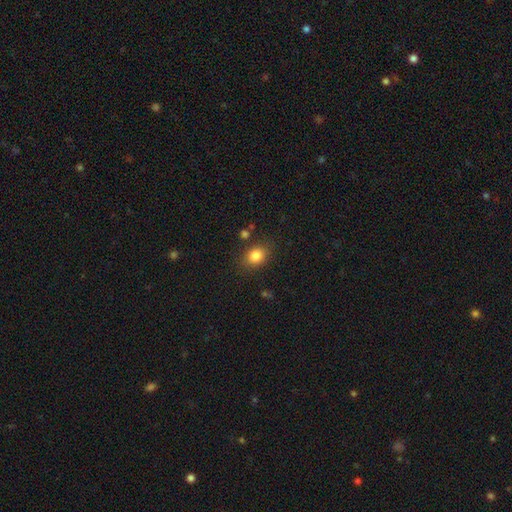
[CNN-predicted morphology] Smooth or featured?
  - smooth: 84% *
  - star or artifact: 10%
  - featured or disk: 6%
How rounded?
  - in between: 56% *
  - round: 43%
  - cigar-shaped: 1%
Merging?
  - none: 81% *
  - minor disturbance: 11%
  - major disturbance: 4%
  - merger: 3%